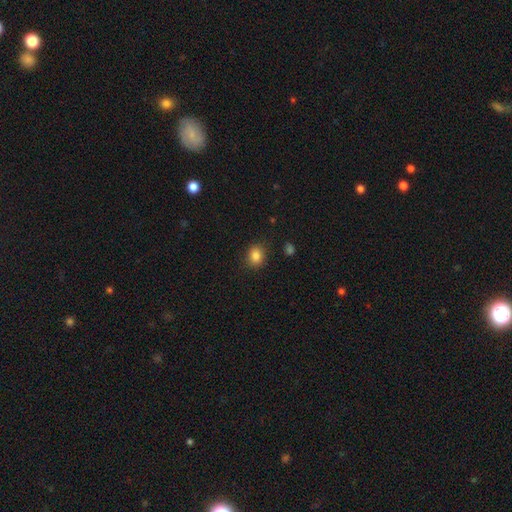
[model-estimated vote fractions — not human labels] Smooth or featured?
  - smooth: 84% *
  - star or artifact: 11%
  - featured or disk: 5%
How rounded?
  - round: 64% *
  - in between: 35%
  - cigar-shaped: 1%
Merging?
  - none: 86% *
  - minor disturbance: 10%
  - major disturbance: 3%
  - merger: 1%